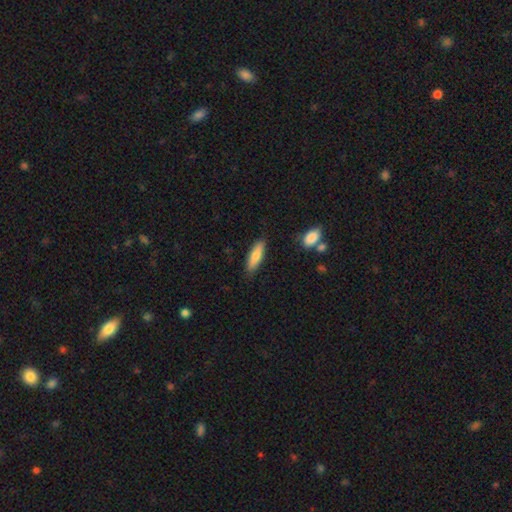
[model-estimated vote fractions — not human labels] smooth-or-featured: smooth: 76% | featured or disk: 18% | star or artifact: 6%
  how-rounded: cigar-shaped: 55% | in between: 43% | round: 2%
  merging: none: 84% | minor disturbance: 11% | major disturbance: 2% | merger: 2%